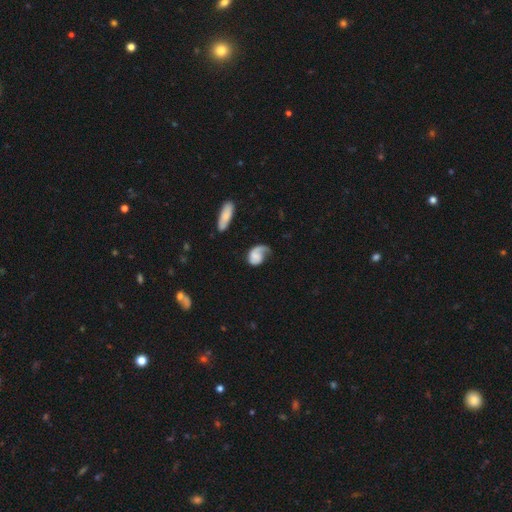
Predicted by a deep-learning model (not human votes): A featured or disk galaxy (59%) with no bar (68%), 1 (68%) loose (45%) spiral arms (88%) and no central bulge (44%). Merging: major disturbance (35%, tied with none).